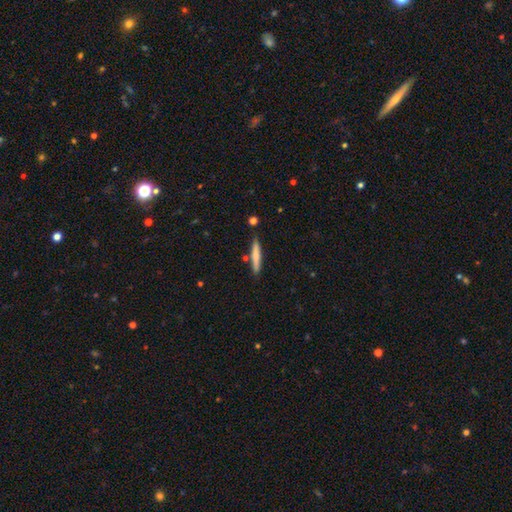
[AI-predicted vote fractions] Q: Smooth or featured?
A: smooth (70%); runner-up: featured or disk (25%)
Q: How rounded?
A: cigar-shaped (94%); runner-up: in between (5%)
Q: Merging?
A: none (86%); runner-up: minor disturbance (9%)